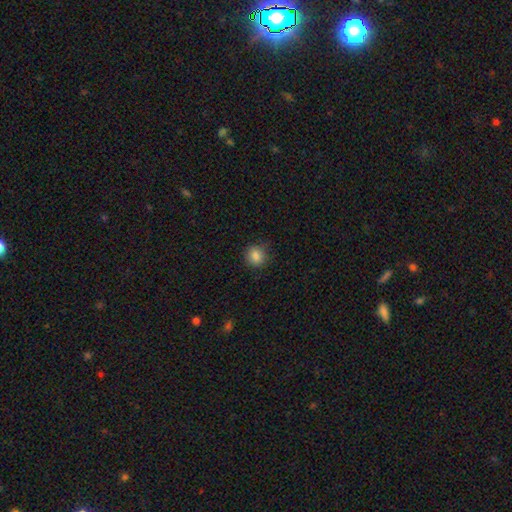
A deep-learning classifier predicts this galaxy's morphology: This appears to be a smooth galaxy with no disk features (85%) that is round (87%). Merging: none (85%).